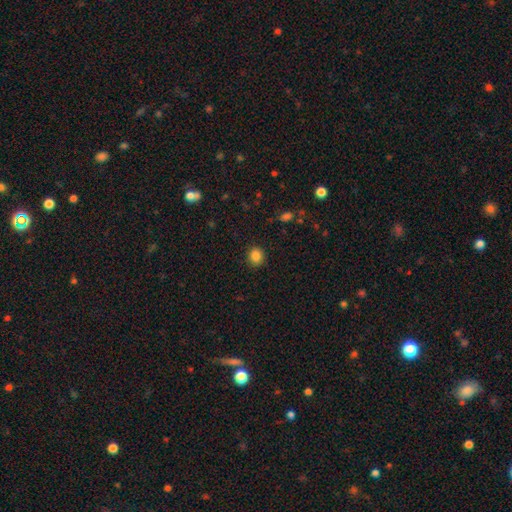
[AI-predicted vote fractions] This appears to be a smooth galaxy with no disk features (85%) that is round (72%). Merging: none (88%).